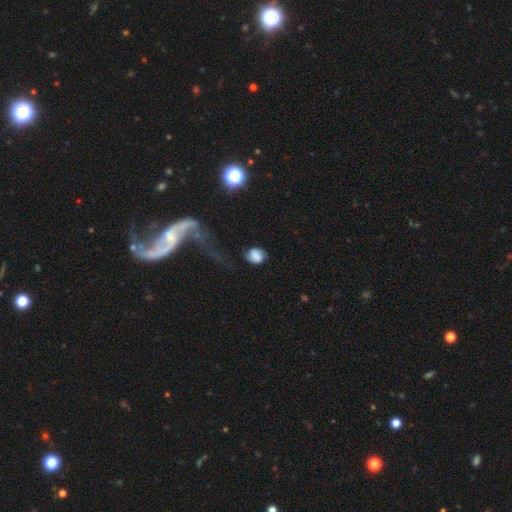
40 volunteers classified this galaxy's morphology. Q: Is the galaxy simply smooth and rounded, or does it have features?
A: featured or disk — 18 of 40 (45%).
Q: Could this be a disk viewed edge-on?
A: no — 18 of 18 (100%).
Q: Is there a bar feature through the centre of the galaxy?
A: no — 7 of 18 (39%).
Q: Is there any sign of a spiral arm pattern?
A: yes — 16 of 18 (89%).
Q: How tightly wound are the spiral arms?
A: tight — 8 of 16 (50%).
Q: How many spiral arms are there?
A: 2 — 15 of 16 (94%).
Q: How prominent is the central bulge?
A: none — 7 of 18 (39%).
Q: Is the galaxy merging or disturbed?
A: none — 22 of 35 (63%).